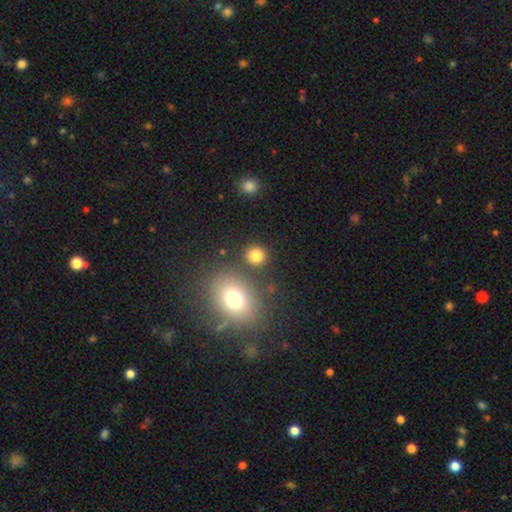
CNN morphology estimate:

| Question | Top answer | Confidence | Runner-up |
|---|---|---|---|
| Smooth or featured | smooth | 81% | star or artifact (13%) |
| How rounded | round | 85% | in between (14%) |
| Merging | none | 82% | minor disturbance (7%) |